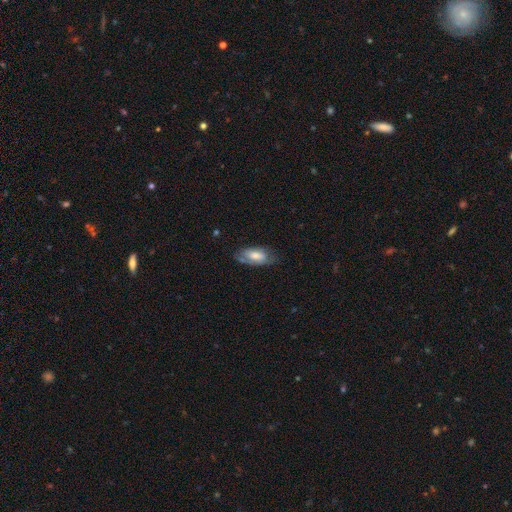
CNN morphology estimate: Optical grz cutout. It shows a smooth galaxy with no disk features (57%) that is in between round and cigar-shaped (87%). Merging: none (61%).